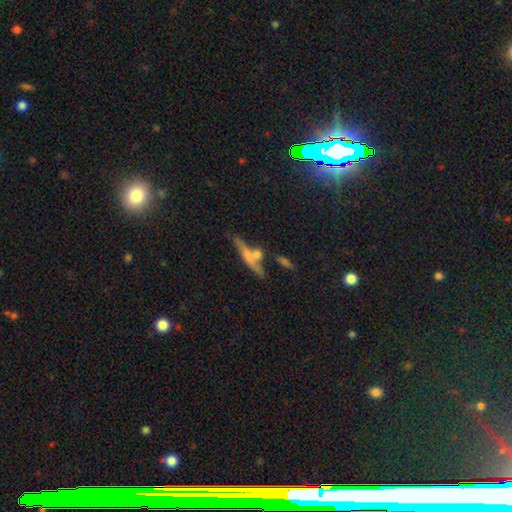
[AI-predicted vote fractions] Q: Smooth or featured?
A: featured or disk (46%); runner-up: smooth (43%)
Q: Merging?
A: none (56%); runner-up: merger (25%)